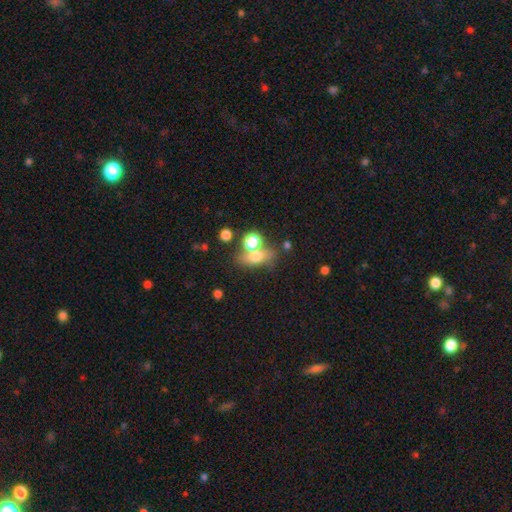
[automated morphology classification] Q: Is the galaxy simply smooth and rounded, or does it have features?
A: smooth — 63%.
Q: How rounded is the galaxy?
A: in between — 62%.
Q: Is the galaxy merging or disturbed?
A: none — 53%.